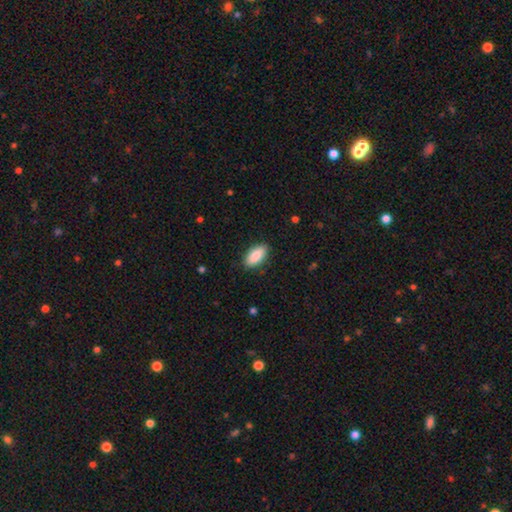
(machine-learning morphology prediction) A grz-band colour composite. It shows a smooth galaxy with no disk features (87%) that is in between round and cigar-shaped (91%). Merging: none (86%).